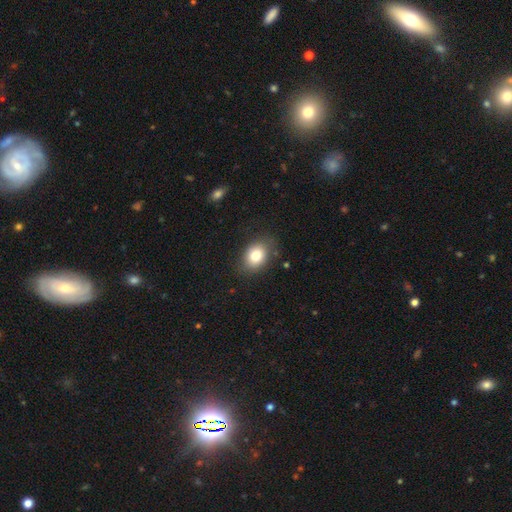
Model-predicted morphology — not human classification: smooth-or-featured: smooth: 81% | featured or disk: 10% | star or artifact: 9%
  how-rounded: in between: 69% | round: 30% | cigar-shaped: 1%
  merging: none: 80% | minor disturbance: 15% | major disturbance: 4% | merger: 1%